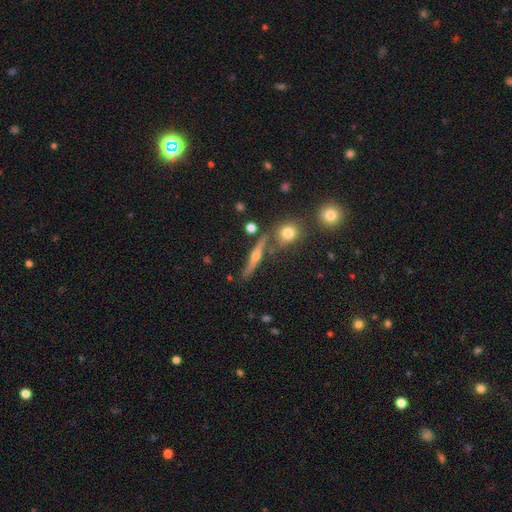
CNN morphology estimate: type=featured or disk (70%); edge-on=yes (94%); edge-on bulge=rounded (92%); merging=none (78%).